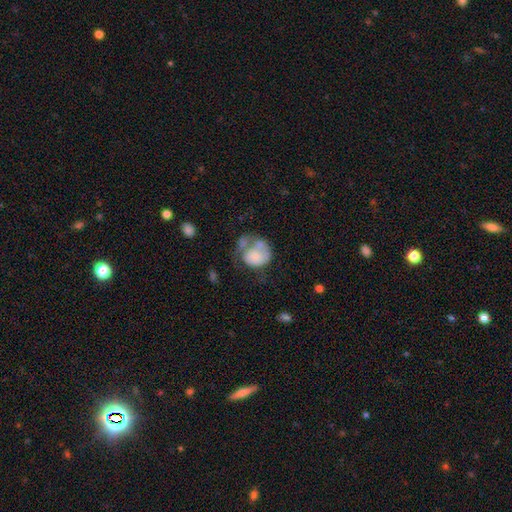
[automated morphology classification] type=smooth (60%); roundness=round (58%); merging=major disturbance (33%).